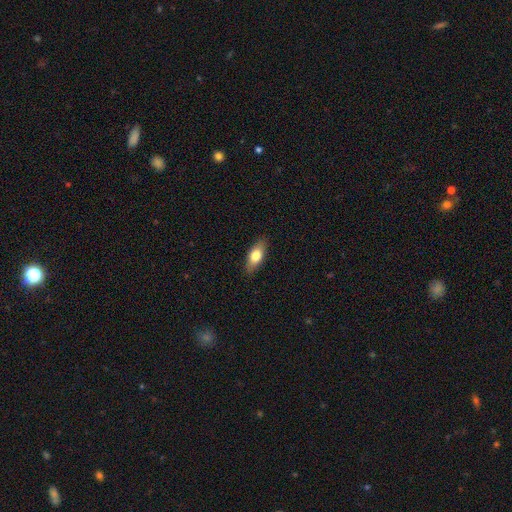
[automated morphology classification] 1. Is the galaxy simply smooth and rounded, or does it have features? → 74% smooth, 20% featured or disk, 7% star or artifact.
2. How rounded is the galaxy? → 78% in between, 18% cigar-shaped, 4% round.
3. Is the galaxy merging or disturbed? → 87% none, 10% minor disturbance, 2% major disturbance, 1% merger.